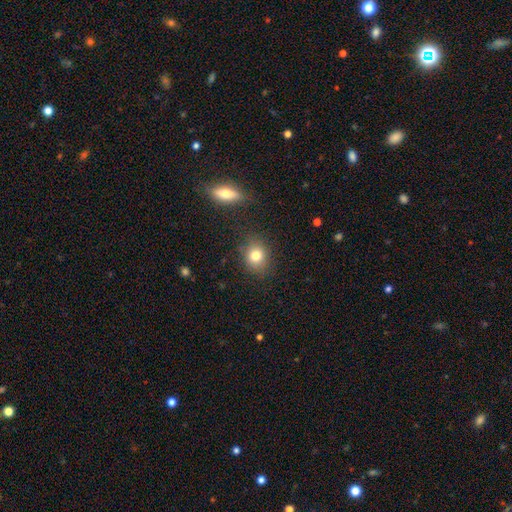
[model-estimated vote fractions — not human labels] Smooth or featured? Predicted: smooth (p=0.79). How rounded? Predicted: round (p=0.69). Merging? Predicted: none (p=0.82).